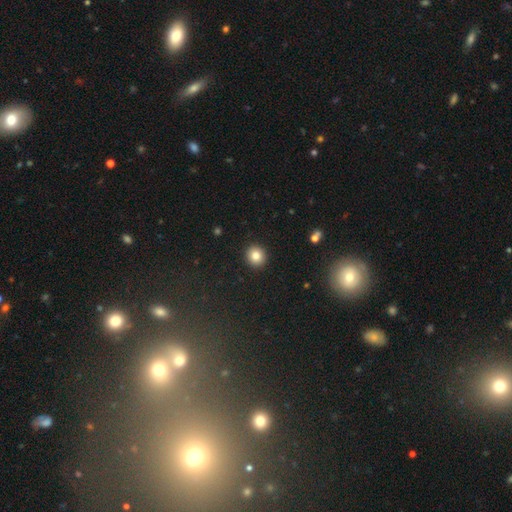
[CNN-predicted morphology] Smooth or featured? smooth (83%)
How rounded? round (86%)
Merging? none (92%)